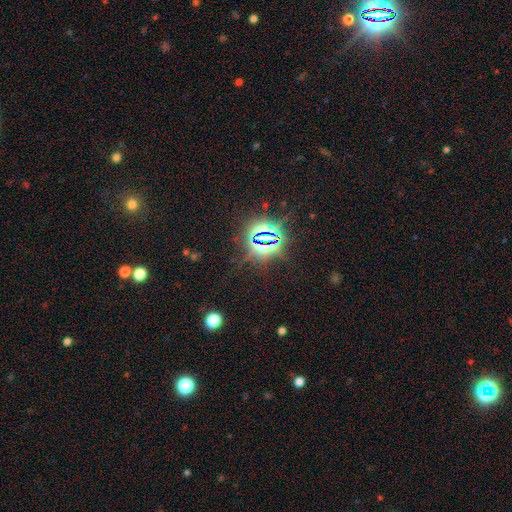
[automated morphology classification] This appears to be a star or artifact, not a galaxy (82%).